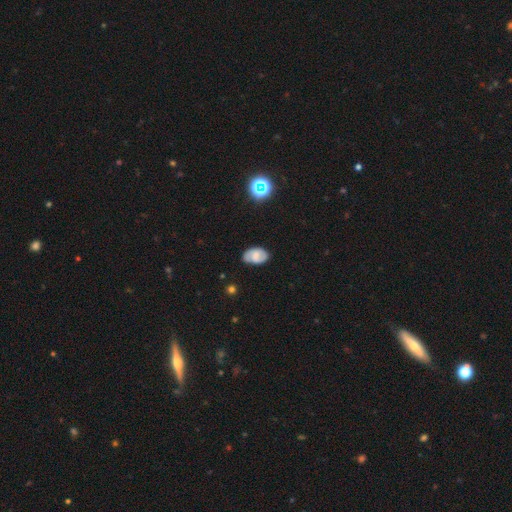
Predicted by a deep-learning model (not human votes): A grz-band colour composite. It shows a smooth galaxy with no disk features (57%) that is in between round and cigar-shaped (89%). Merging: none (77%).